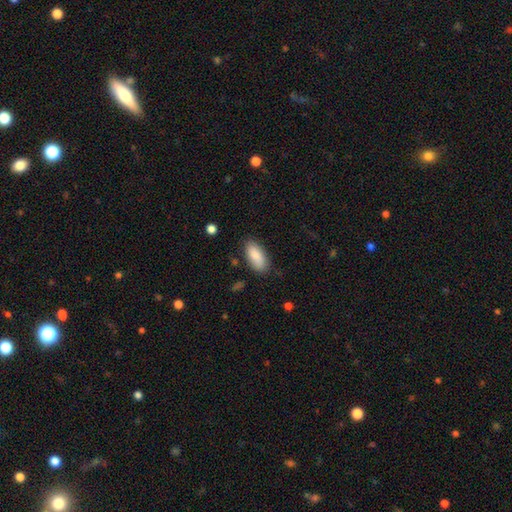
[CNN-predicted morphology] smooth_or_featured: smooth (p=0.87) [alt: featured or disk p=0.06]
how_rounded: in between (p=0.88) [alt: cigar-shaped p=0.10]
merging: none (p=0.79) [alt: minor disturbance p=0.16]